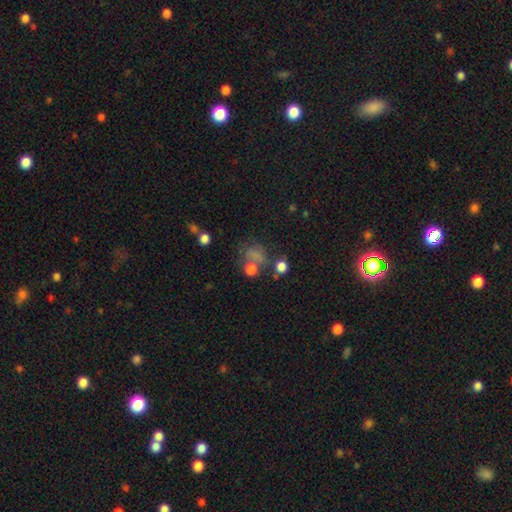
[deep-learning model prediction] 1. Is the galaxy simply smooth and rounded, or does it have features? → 58% smooth, 28% star or artifact, 14% featured or disk.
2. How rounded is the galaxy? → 65% round, 34% in between, 2% cigar-shaped.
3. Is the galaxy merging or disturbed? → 48% none, 18% merger, 18% minor disturbance, 17% major disturbance.